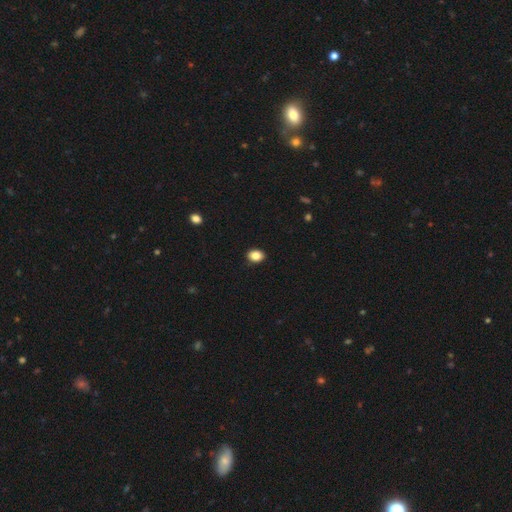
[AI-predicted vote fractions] Smooth or featured: smooth — 86% (star or artifact — 9%)
How rounded: in between — 64% (round — 35%)
Merging: none — 90% (minor disturbance — 8%)